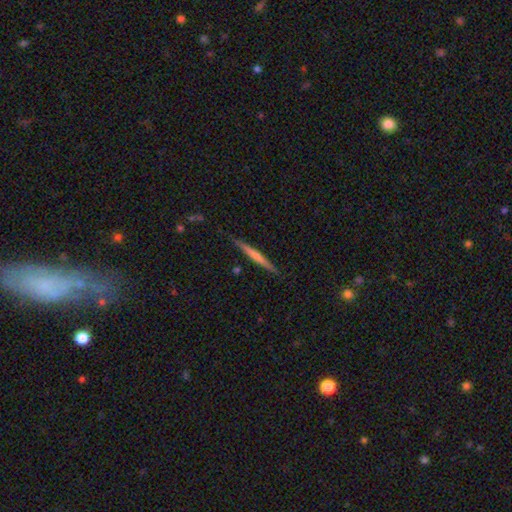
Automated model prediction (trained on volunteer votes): Smooth or featured? smooth (49%)
Merging? none (87%)